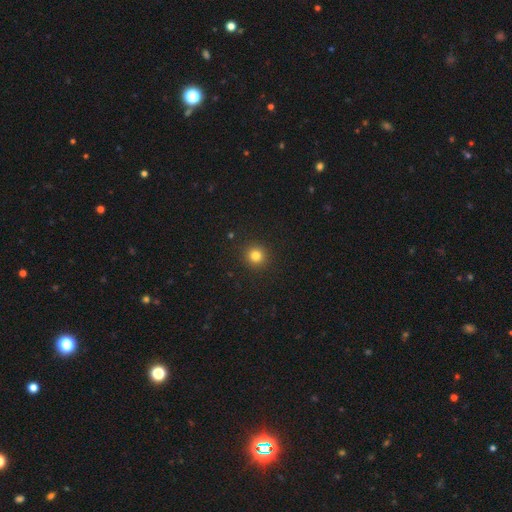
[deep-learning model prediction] This appears to be a smooth galaxy with no disk features (82%) that is round (94%). Merging: none (92%).